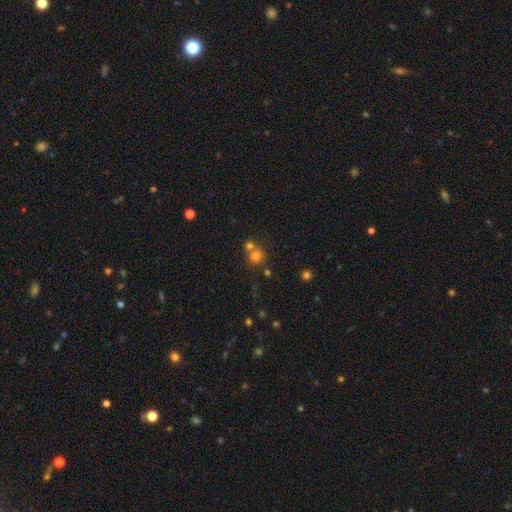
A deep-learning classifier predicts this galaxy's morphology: Smooth or featured? smooth (74%)
How rounded? round (83%)
Merging? none (47%)